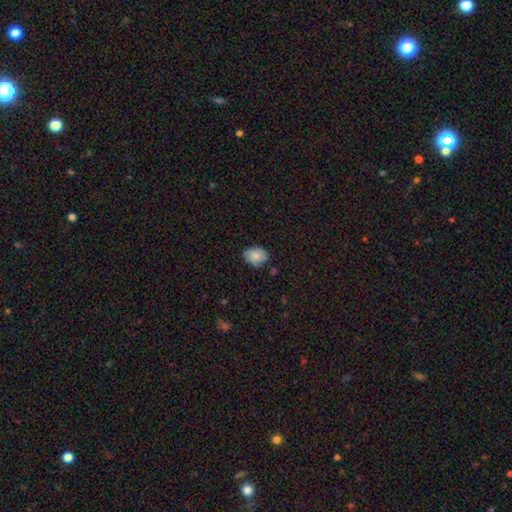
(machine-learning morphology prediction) Smooth or featured? Predicted: smooth (p=0.81). How rounded? Predicted: in between (p=0.68). Merging? Predicted: none (p=0.71).